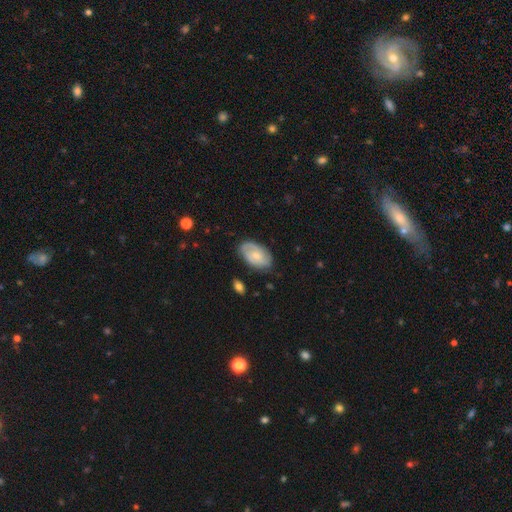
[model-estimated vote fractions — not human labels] featured or disk 54%, smooth 40%, star or artifact 6%. Down the decision tree: edge-on disk — no (95%); bar — no (60%); spiral arms — yes (83%); bulge size — small (54%); merging — none (74%).